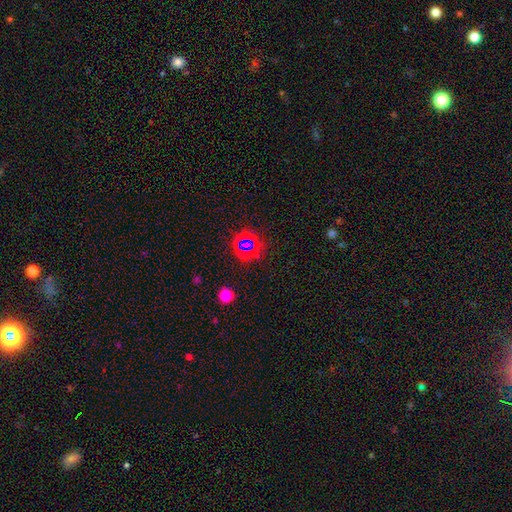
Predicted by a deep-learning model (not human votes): Morphology: type=star or artifact (70%).